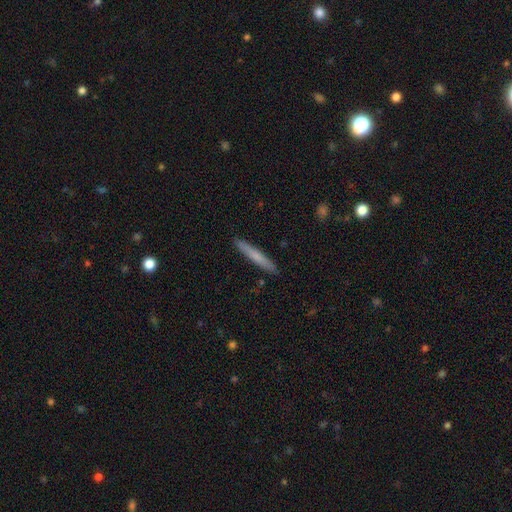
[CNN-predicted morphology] smooth 66%, featured or disk 28%, star or artifact 6%. Down the decision tree: how rounded — cigar-shaped (96%); merging — none (91%).